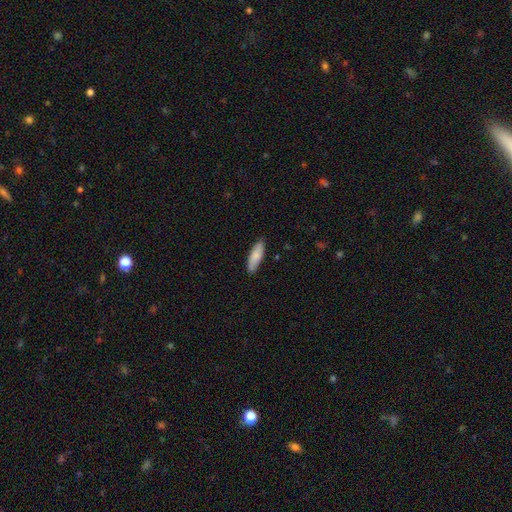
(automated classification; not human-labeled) smooth 83%, featured or disk 12%, star or artifact 6%. Down the decision tree: how rounded — in between (52%); merging — none (85%).